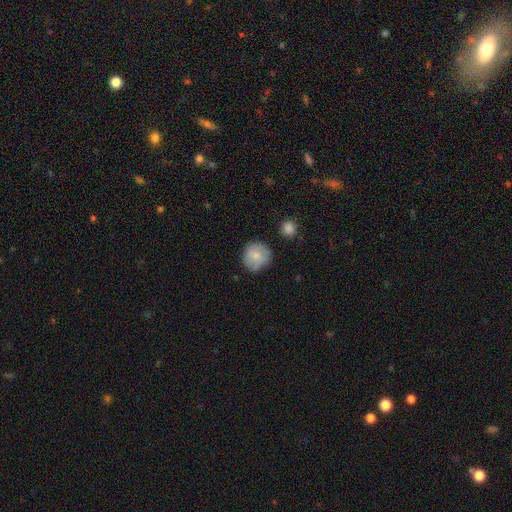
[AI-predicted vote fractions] A smooth galaxy with no disk features (78%) that is round (92%).

Vote fractions:
- Smooth or featured? smooth: 78% / featured or disk: 15% / star or artifact: 7%
- How rounded? round: 92% / in between: 7% / cigar-shaped: 1%
- Merging? none: 75% / minor disturbance: 19% / major disturbance: 4% / merger: 3%